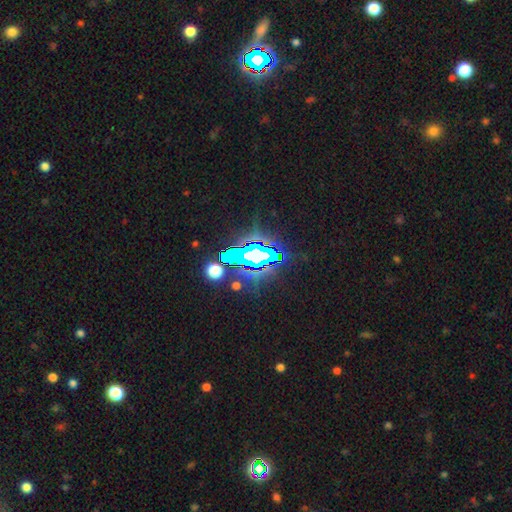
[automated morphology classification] type=star or artifact (71%).